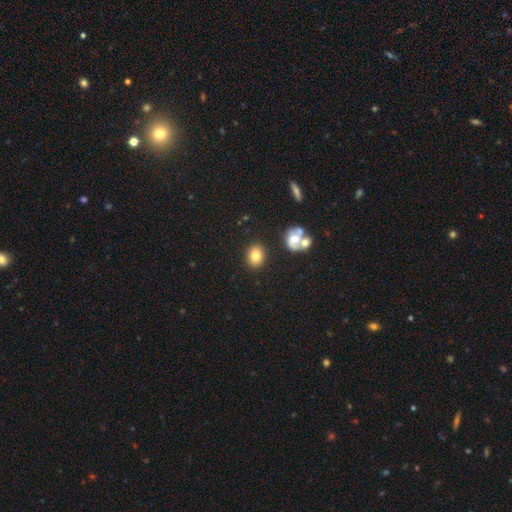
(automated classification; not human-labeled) A smooth galaxy with no disk features (78%) that is in between round and cigar-shaped (50%).

Vote fractions:
- Smooth or featured? smooth: 78% / featured or disk: 11% / star or artifact: 11%
- How rounded? in between: 50% / round: 49% / cigar-shaped: 1%
- Merging? none: 83% / minor disturbance: 9% / merger: 5% / major disturbance: 3%